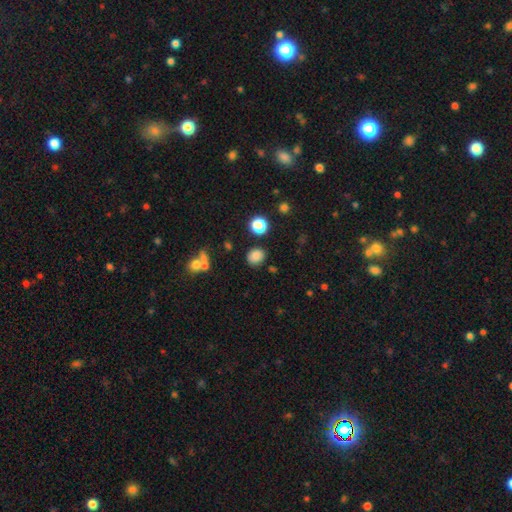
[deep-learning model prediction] Smooth or featured? Predicted: smooth (p=0.81). How rounded? Predicted: round (p=0.72). Merging? Predicted: none (p=0.81).